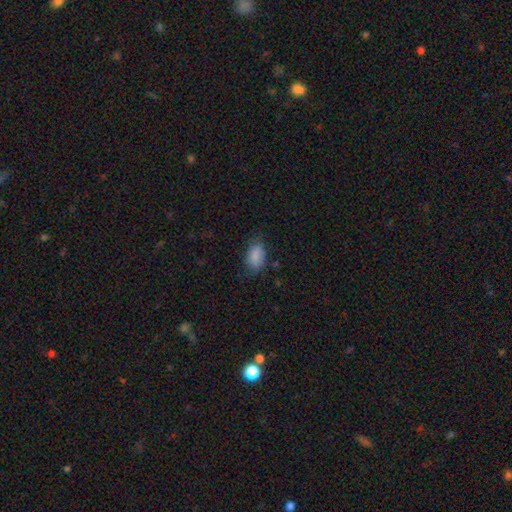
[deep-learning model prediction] The model was most divided on "merging": none: 69%, minor disturbance: 23%, major disturbance: 6%, merger: 2%. More confident: how rounded — in between (91%); smooth or featured — smooth (86%).